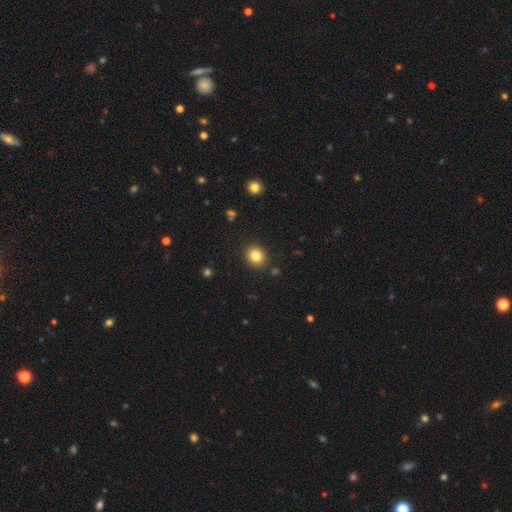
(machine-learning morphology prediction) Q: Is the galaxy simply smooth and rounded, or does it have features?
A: smooth — 82%.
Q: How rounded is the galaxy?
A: round — 75%.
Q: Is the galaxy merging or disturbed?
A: none — 88%.